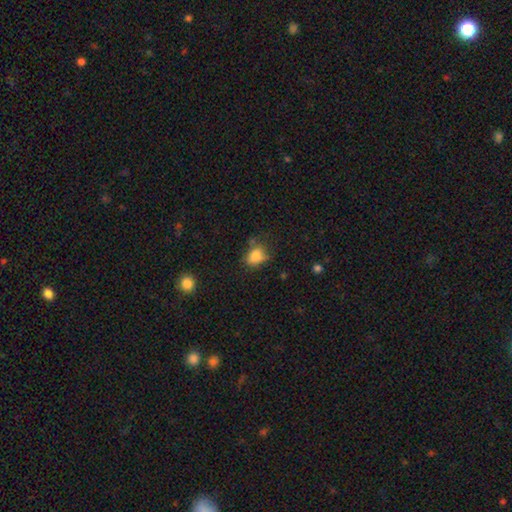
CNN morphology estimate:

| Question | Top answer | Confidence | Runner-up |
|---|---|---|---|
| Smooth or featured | smooth | 81% | star or artifact (11%) |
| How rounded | in between | 65% | round (34%) |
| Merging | none | 53% | minor disturbance (30%) |